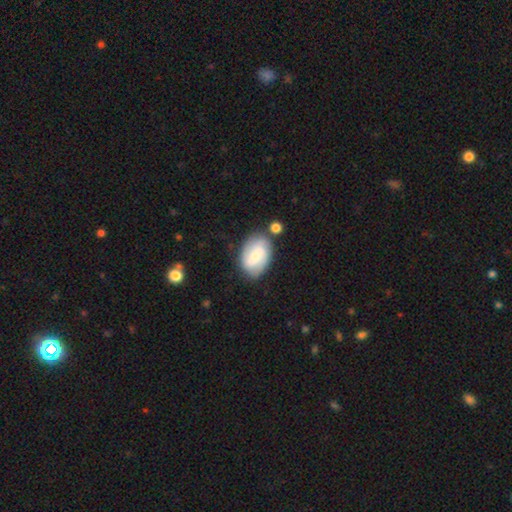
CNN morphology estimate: The model was most divided on "bar": no: 45%, weak: 44%, strong: 11%. Remaining: edge-on disk — no (97%); spiral arms — yes (91%); merging — none (69%); smooth or featured — featured or disk (57%); bulge size — small (49%); spiral winding — medium (44%); spiral arm count — 2 (42%).